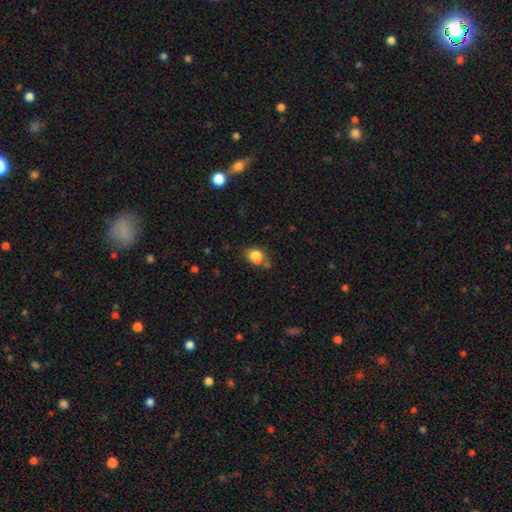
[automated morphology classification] A smooth galaxy with no disk features (79%) that is round (53%). Merging: none (48%).